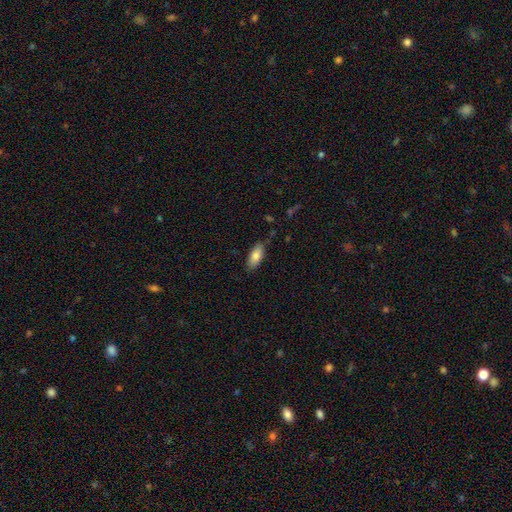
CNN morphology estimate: The model was most divided on "merging": none: 82%, minor disturbance: 14%, major disturbance: 3%, merger: 2%. More confident: how rounded — in between (84%); smooth or featured — smooth (81%).